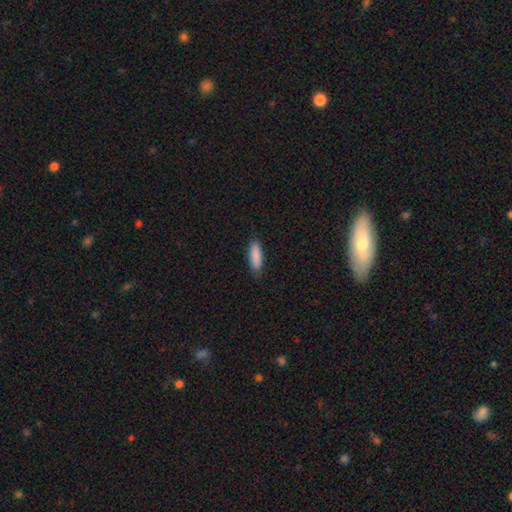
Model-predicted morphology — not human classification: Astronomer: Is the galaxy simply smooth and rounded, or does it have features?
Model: smooth — 89%.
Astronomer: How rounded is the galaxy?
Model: in between — 57% (runner-up: cigar-shaped, 41%).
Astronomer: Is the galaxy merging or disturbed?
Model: none — 87%.